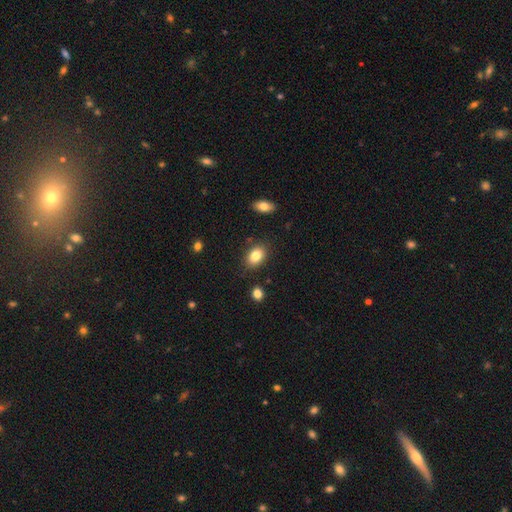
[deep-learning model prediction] A smooth galaxy with no disk features (83%) that is in between round and cigar-shaped (79%).

Vote fractions:
- Smooth or featured? smooth: 83% / star or artifact: 9% / featured or disk: 8%
- How rounded? in between: 79% / round: 20% / cigar-shaped: 1%
- Merging? none: 84% / minor disturbance: 11% / merger: 3% / major disturbance: 3%